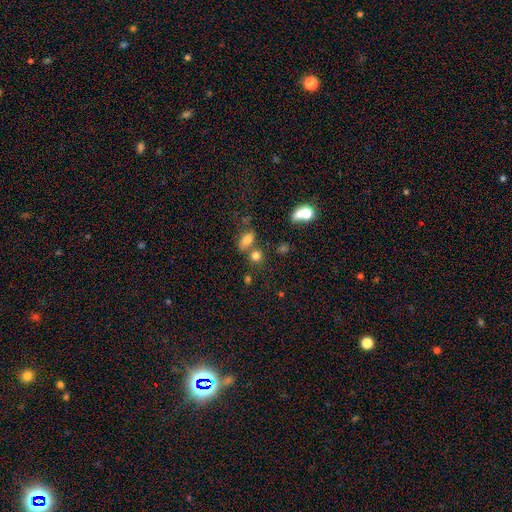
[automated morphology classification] Smooth or featured? smooth (77%)
How rounded? round (58%)
Merging? none (57%)